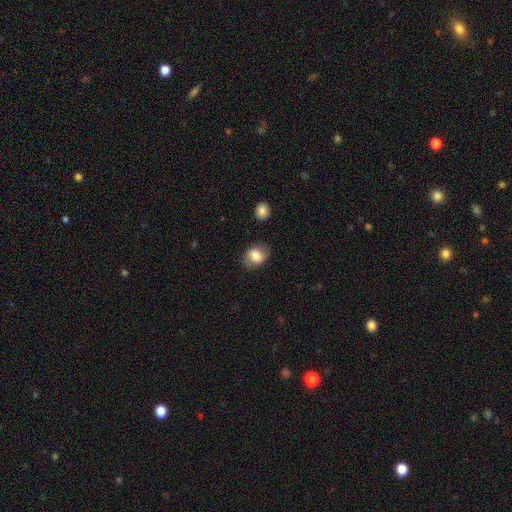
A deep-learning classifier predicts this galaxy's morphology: A smooth galaxy with no disk features (71%) that is in between round and cigar-shaped (61%).

Vote fractions:
- Smooth or featured? smooth: 71% / featured or disk: 22% / star or artifact: 8%
- How rounded? in between: 61% / round: 38% / cigar-shaped: 1%
- Merging? none: 76% / minor disturbance: 16% / major disturbance: 6% / merger: 2%